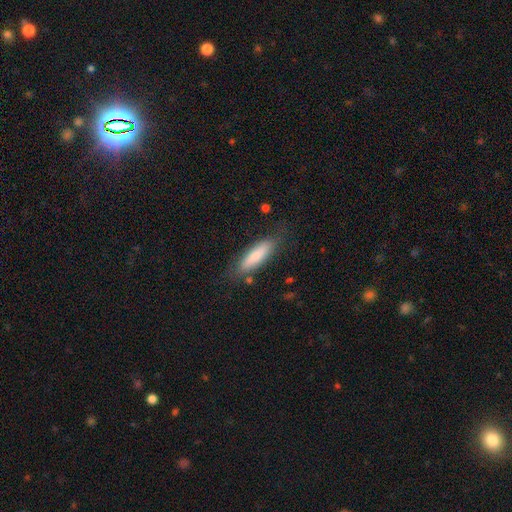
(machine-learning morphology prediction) Smooth or featured? smooth (76%)
How rounded? cigar-shaped (59%)
Merging? none (78%)